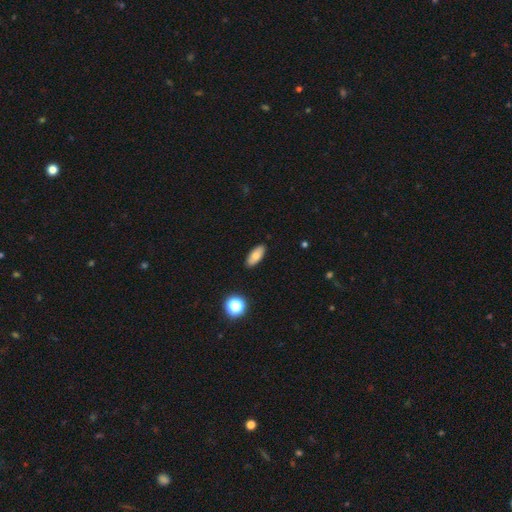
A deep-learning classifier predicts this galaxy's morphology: smooth 76%, featured or disk 15%, star or artifact 9%. Down the decision tree: how rounded — in between (83%); merging — none (89%).